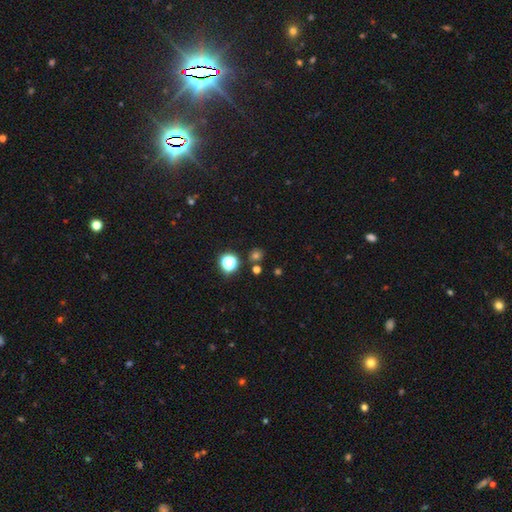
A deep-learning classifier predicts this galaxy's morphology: Smooth or featured?
  - smooth: 58% *
  - star or artifact: 36%
  - featured or disk: 6%
How rounded?
  - round: 86% *
  - in between: 13%
  - cigar-shaped: 1%
Merging?
  - none: 81% *
  - minor disturbance: 8%
  - merger: 7%
  - major disturbance: 3%